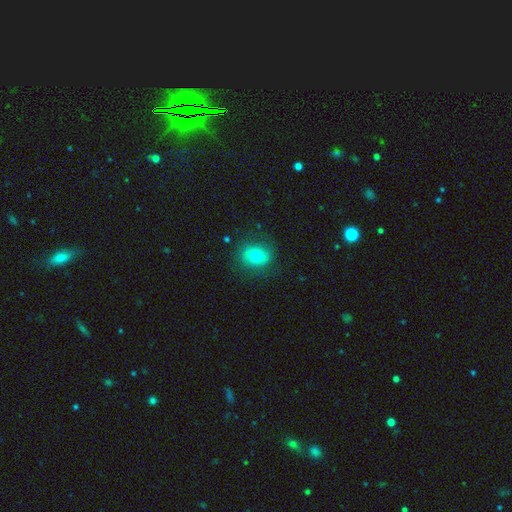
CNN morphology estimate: A smooth galaxy with no disk features (75%) that is in between round and cigar-shaped (54%). Merging: none (83%).